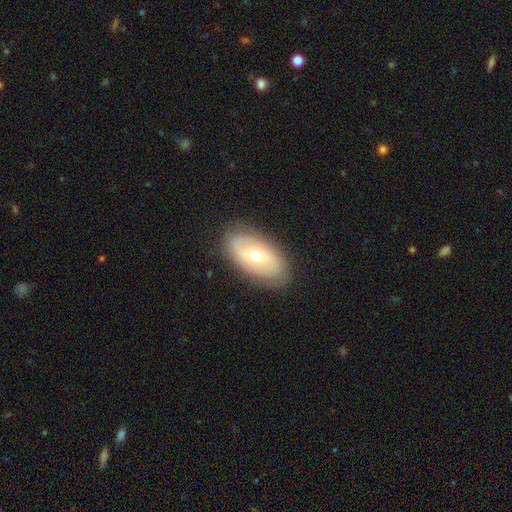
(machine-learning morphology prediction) Overall: smooth (51%; featured or disk 42%). How rounded: in between (92%). Merging: none (85%).